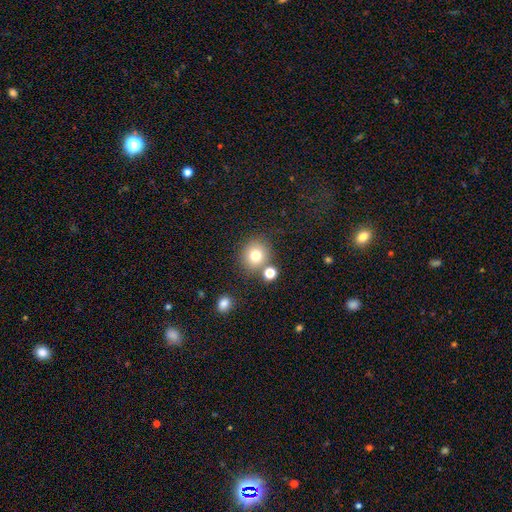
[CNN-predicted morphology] Smooth or featured?
  - smooth: 77% *
  - star or artifact: 14%
  - featured or disk: 10%
How rounded?
  - round: 87% *
  - in between: 12%
  - cigar-shaped: 1%
Merging?
  - none: 74% *
  - merger: 13%
  - minor disturbance: 9%
  - major disturbance: 4%